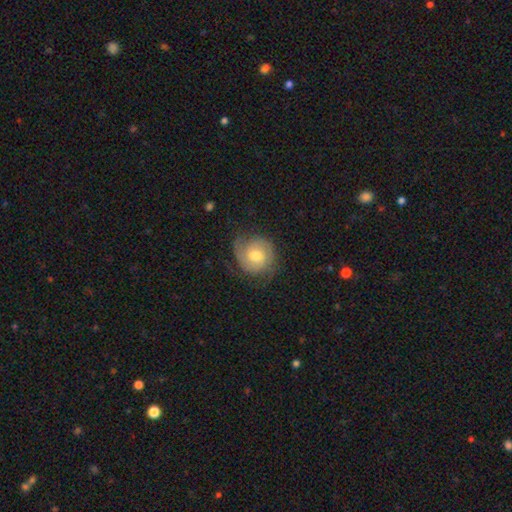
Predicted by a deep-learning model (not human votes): This is possibly a featured or disk galaxy (49%). Merging: likely none (62%).